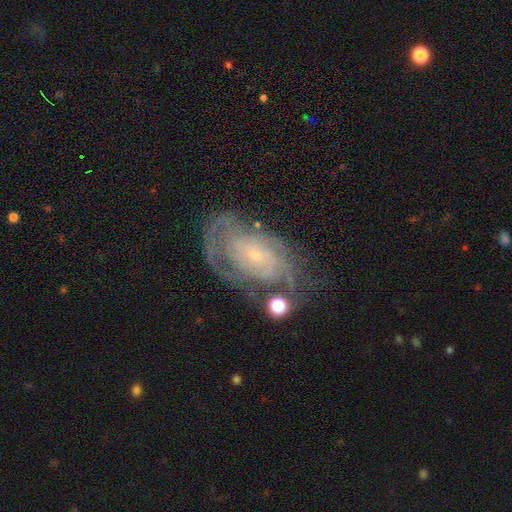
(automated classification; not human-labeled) A featured or disk galaxy (83%) with no bar (64%), tight (58%) spiral arms (94%) and a small central bulge (75%). Merging: none (55%).